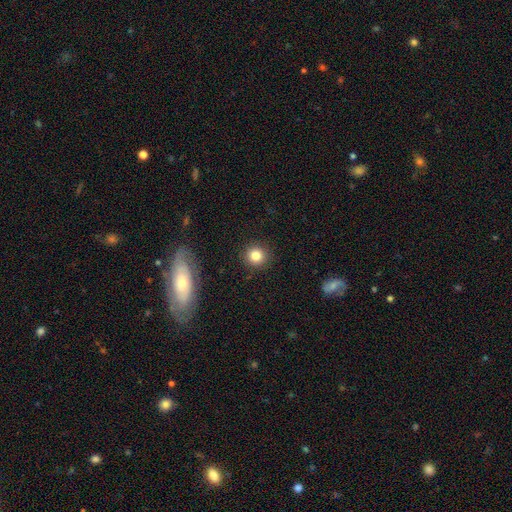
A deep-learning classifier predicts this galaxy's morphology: Overall: smooth (84%). How rounded: round (93%). Merging: none (91%).